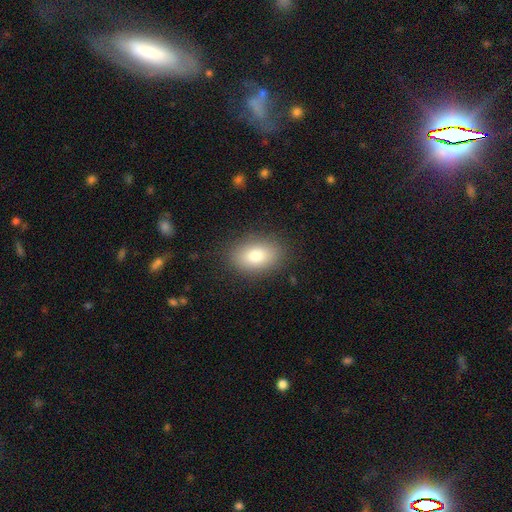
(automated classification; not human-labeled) Smooth or featured? Predicted: smooth (p=0.79). How rounded? Predicted: in between (p=0.83). Merging? Predicted: none (p=0.86).